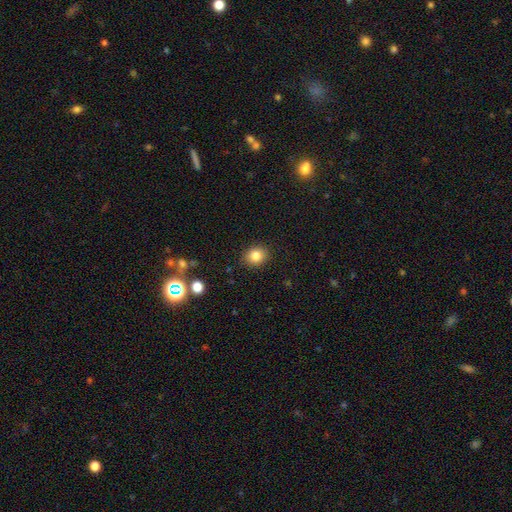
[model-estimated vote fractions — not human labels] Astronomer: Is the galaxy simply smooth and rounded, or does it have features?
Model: smooth — 83%.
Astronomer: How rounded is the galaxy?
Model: round — 67%.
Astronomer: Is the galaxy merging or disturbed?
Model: none — 89%.